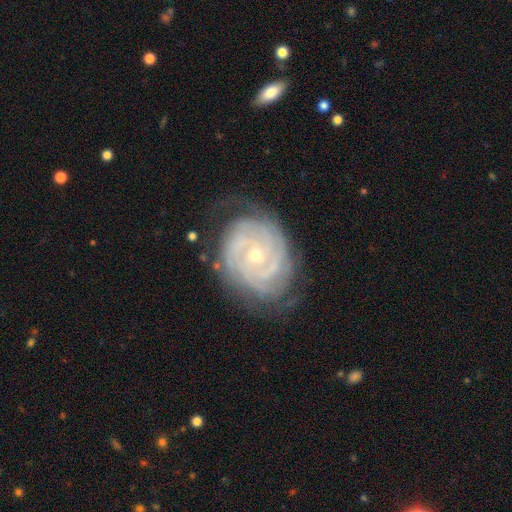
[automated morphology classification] smooth_or_featured: featured or disk (p=0.89) [alt: star or artifact p=0.06]
disk_edge_on: no (p=0.97) [alt: yes p=0.03]
bar: no (p=0.74) [alt: weak p=0.20]
has_spiral_arms: yes (p=0.97) [alt: no p=0.03]
spiral_winding: tight (p=0.80) [alt: medium p=0.17]
spiral_arm_count: can't tell (p=0.24) [alt: 2 p=0.22]
bulge_size: small (p=0.68) [alt: moderate p=0.29]
merging: none (p=0.73) [alt: minor disturbance p=0.19]